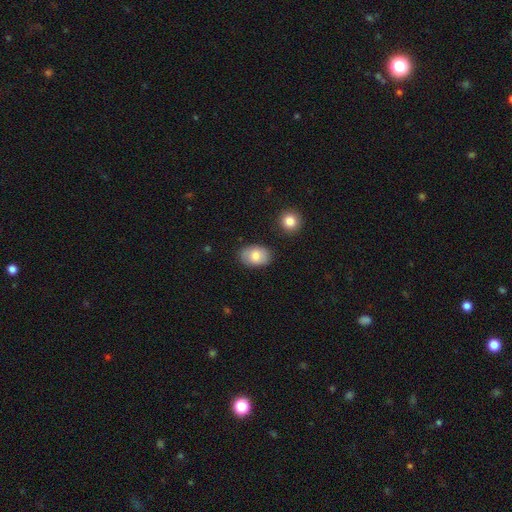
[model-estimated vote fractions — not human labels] Smooth or featured? Predicted: smooth (p=0.79). How rounded? Predicted: in between (p=0.80). Merging? Predicted: none (p=0.81).